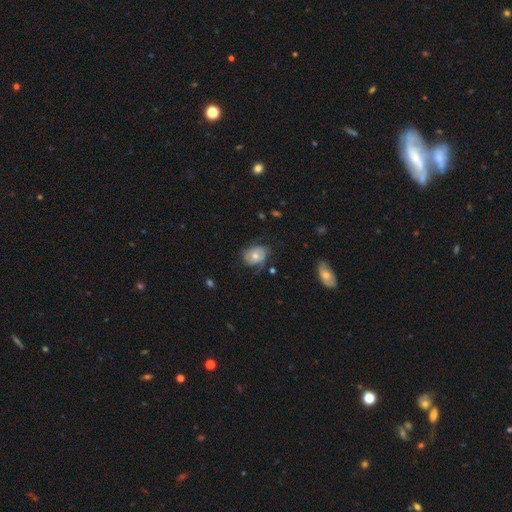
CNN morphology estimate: A smooth galaxy with no disk features (48%). Merging: none (51%).